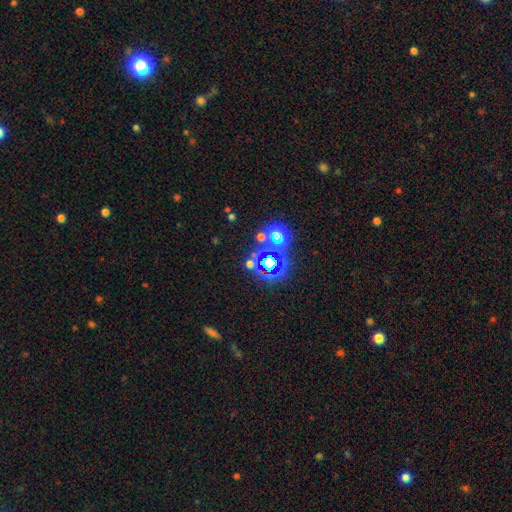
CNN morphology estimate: smooth-or-featured: star or artifact: 66% | smooth: 24% | featured or disk: 11%